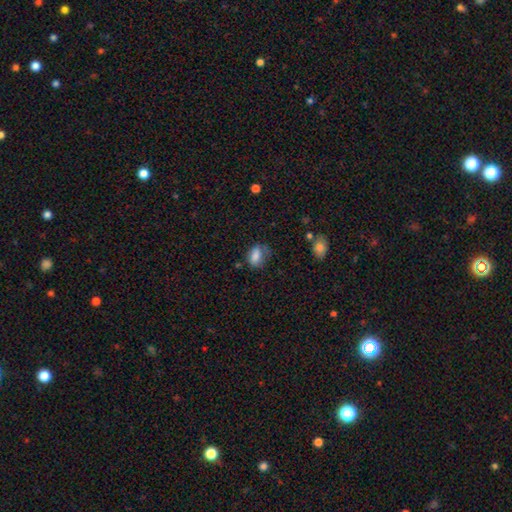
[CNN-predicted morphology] Smooth or featured? smooth (81%)
How rounded? in between (79%)
Merging? none (52%)